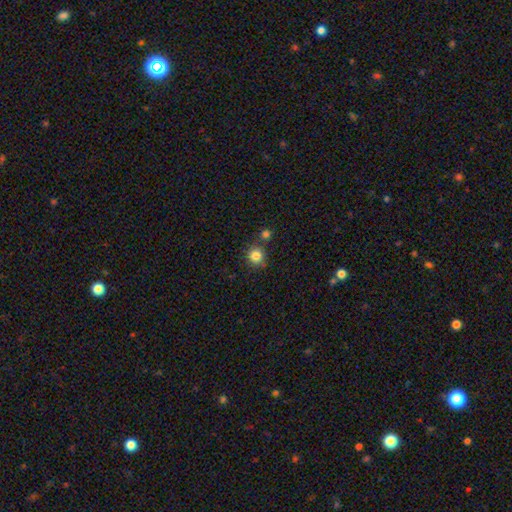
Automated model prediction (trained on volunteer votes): smooth-or-featured: smooth: 84% | star or artifact: 11% | featured or disk: 5%
  how-rounded: round: 92% | in between: 7% | cigar-shaped: 1%
  merging: none: 75% | merger: 13% | minor disturbance: 9% | major disturbance: 3%